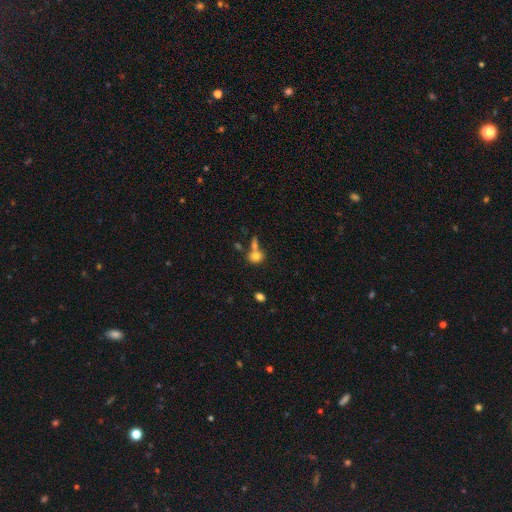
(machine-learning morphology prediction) This appears to be a smooth galaxy with no disk features (75%) that is round (64%). Merging: none (44%).